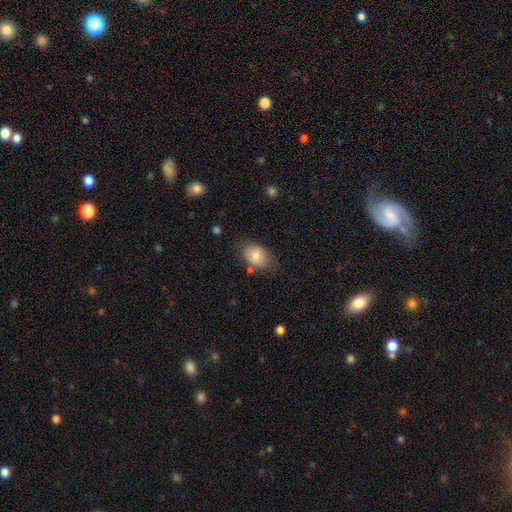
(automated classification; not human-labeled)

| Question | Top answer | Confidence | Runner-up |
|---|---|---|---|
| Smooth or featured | smooth | 82% | featured or disk (11%) |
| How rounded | in between | 78% | round (21%) |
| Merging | none | 71% | minor disturbance (19%) |